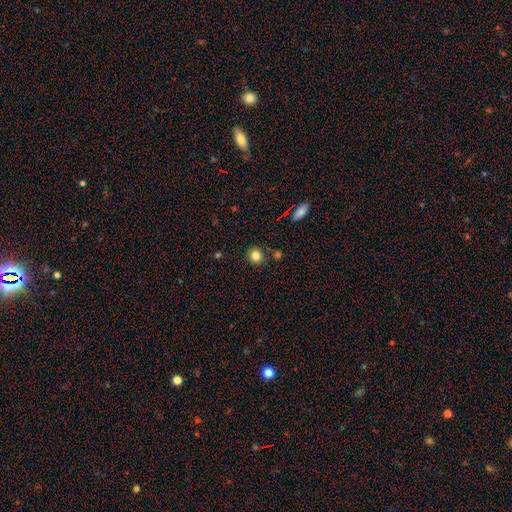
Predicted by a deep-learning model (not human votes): Q: Smooth or featured?
A: smooth (83%); runner-up: star or artifact (11%)
Q: How rounded?
A: round (86%); runner-up: in between (13%)
Q: Merging?
A: none (85%); runner-up: minor disturbance (8%)